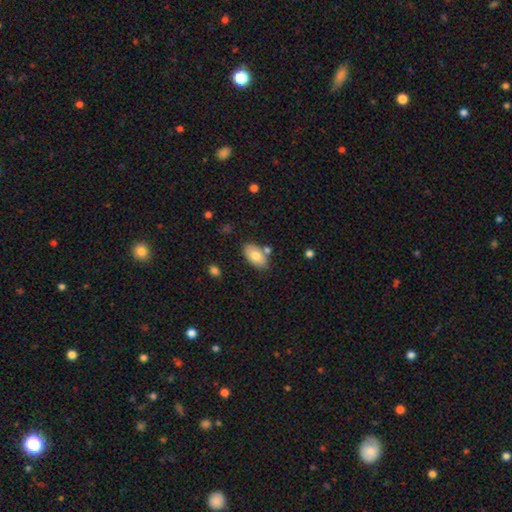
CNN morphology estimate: A smooth galaxy with no disk features (77%) that is in between round and cigar-shaped (94%).

Vote fractions:
- Smooth or featured? smooth: 77% / featured or disk: 17% / star or artifact: 7%
- How rounded? in between: 94% / round: 5% / cigar-shaped: 2%
- Merging? none: 73% / minor disturbance: 14% / merger: 10% / major disturbance: 3%